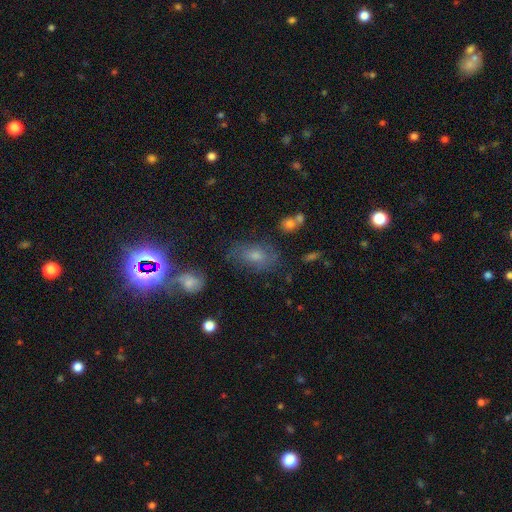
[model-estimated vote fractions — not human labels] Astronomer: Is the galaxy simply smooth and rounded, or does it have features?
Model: smooth — 49% (runner-up: featured or disk, 31%).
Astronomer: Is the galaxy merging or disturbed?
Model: none — 64%.